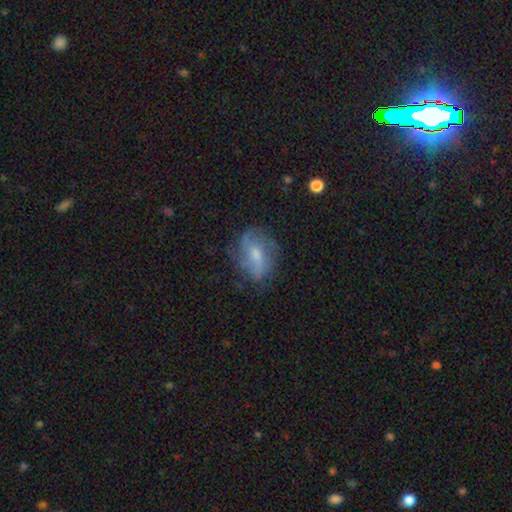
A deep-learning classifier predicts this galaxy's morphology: smooth-or-featured: featured or disk: 55% | smooth: 36% | star or artifact: 9%
  disk-edge-on: no: 95% | yes: 5%
    bar: no: 52% | weak: 38% | strong: 10%
    has-spiral-arms: yes: 73% | no: 27%
    bulge-size: small: 45% | moderate: 44% | none: 6% | large: 3% | dominant: 1%
  merging: none: 63% | minor disturbance: 23% | major disturbance: 12% | merger: 2%